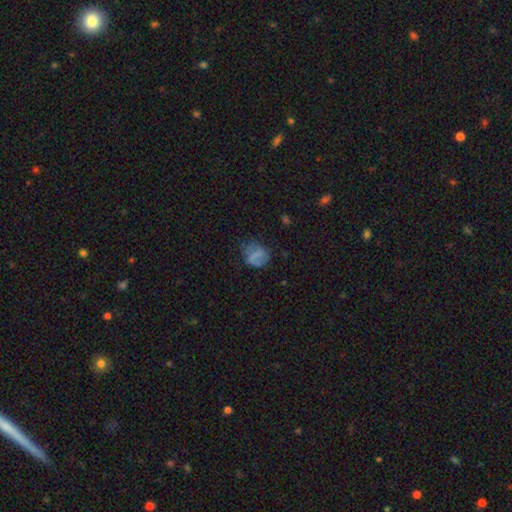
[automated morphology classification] A smooth galaxy with no disk features (60%) that is round (63%). Merging: none (53%).